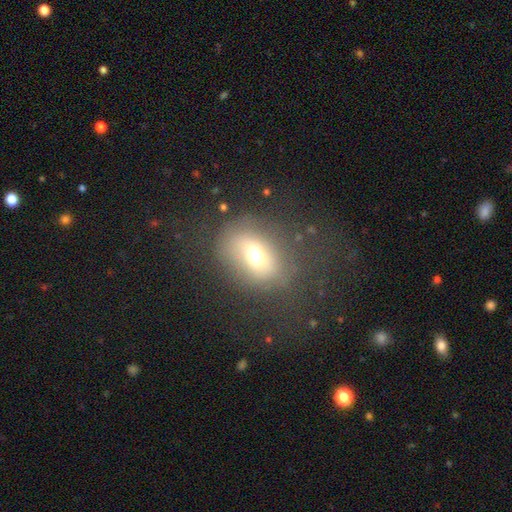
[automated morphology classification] smooth_or_featured: smooth (p=0.62) [alt: featured or disk p=0.23]
how_rounded: in between (p=0.54) [alt: round p=0.44]
merging: none (p=0.61) [alt: minor disturbance p=0.19]